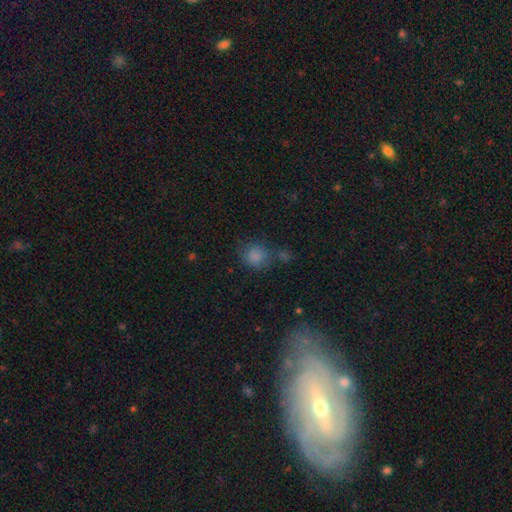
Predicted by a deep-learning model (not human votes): Smooth or featured: smooth — 83% (star or artifact — 12%)
How rounded: round — 83% (in between — 15%)
Merging: none — 60% (minor disturbance — 16%)